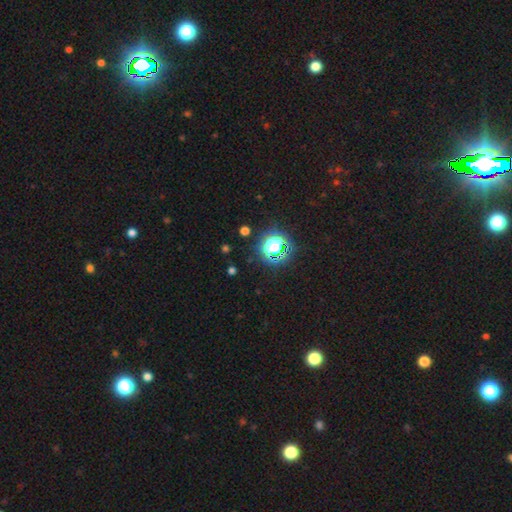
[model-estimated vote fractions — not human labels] smooth_or_featured: star or artifact (p=0.75) [alt: smooth p=0.18]